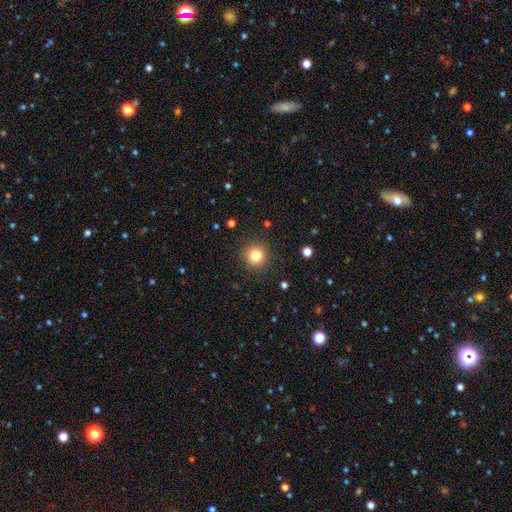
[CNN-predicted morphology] This appears to be a smooth galaxy with no disk features (82%) that is round (93%). Merging: none (89%).